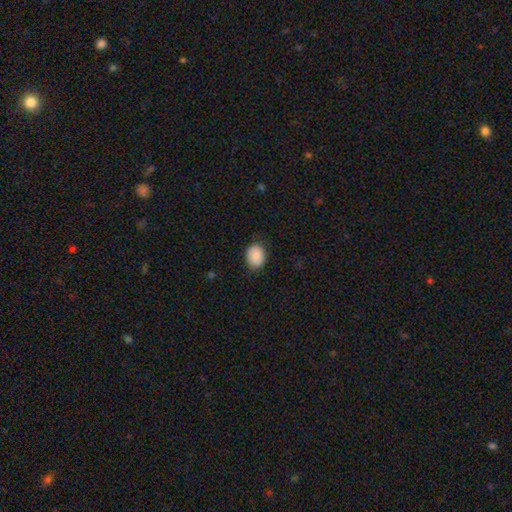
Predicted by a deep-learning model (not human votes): A smooth galaxy with no disk features (89%) that is in between round and cigar-shaped (59%).

Vote fractions:
- Smooth or featured? smooth: 89% / star or artifact: 7% / featured or disk: 4%
- How rounded? in between: 59% / round: 40% / cigar-shaped: 1%
- Merging? none: 84% / minor disturbance: 12% / major disturbance: 3% / merger: 1%